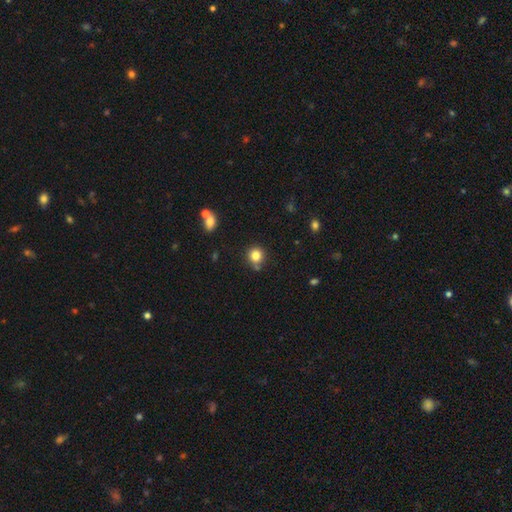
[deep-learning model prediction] A smooth galaxy with no disk features (81%) that is round (90%).

Vote fractions:
- Smooth or featured? smooth: 81% / star or artifact: 12% / featured or disk: 7%
- How rounded? round: 90% / in between: 9% / cigar-shaped: 1%
- Merging? none: 77% / minor disturbance: 11% / merger: 8% / major disturbance: 3%